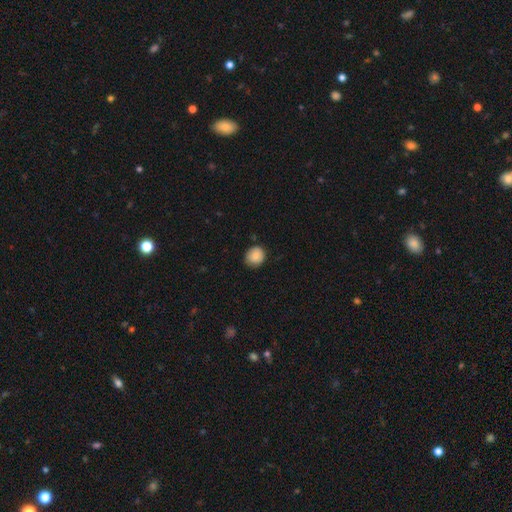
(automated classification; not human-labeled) The model was most divided on "how rounded": round: 81%, in between: 18%, cigar-shaped: 1%. More confident: smooth or featured — smooth (83%); merging — none (80%).